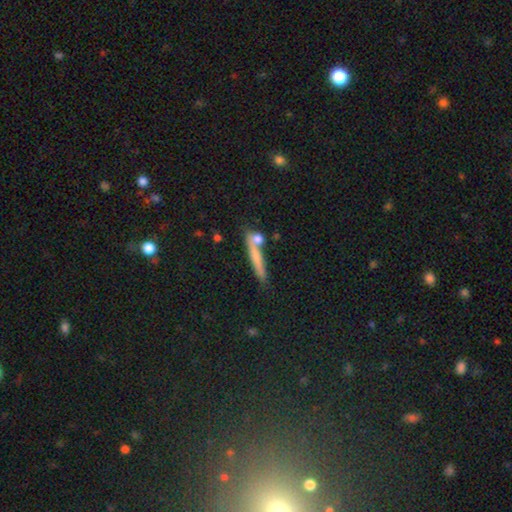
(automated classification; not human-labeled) Smooth or featured?
  - smooth: 65% *
  - featured or disk: 25%
  - star or artifact: 10%
How rounded?
  - cigar-shaped: 89% *
  - in between: 7%
  - round: 4%
Merging?
  - none: 67% *
  - minor disturbance: 14%
  - merger: 14%
  - major disturbance: 5%